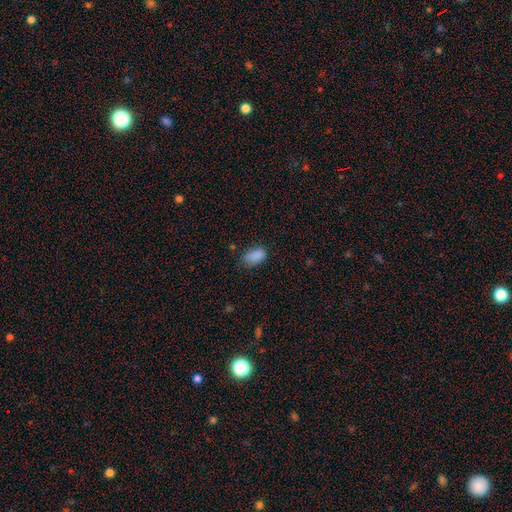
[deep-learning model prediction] This appears to be a smooth galaxy with no disk features (86%) that is in between round and cigar-shaped (91%). Merging: none (66%).